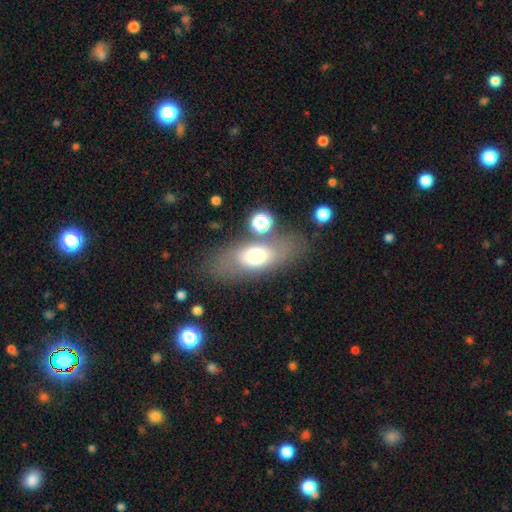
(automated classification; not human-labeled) smooth-or-featured: smooth: 60% | featured or disk: 28% | star or artifact: 12%
  how-rounded: in between: 74% | cigar-shaped: 14% | round: 12%
  merging: none: 67% | minor disturbance: 15% | major disturbance: 10% | merger: 8%